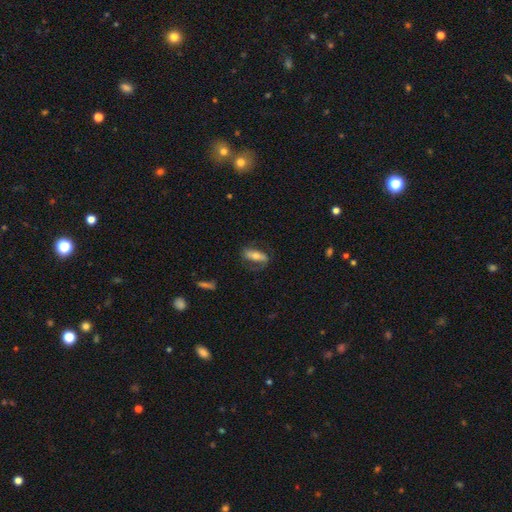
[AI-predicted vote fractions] A featured or disk galaxy (51%). Merging: none (62%).